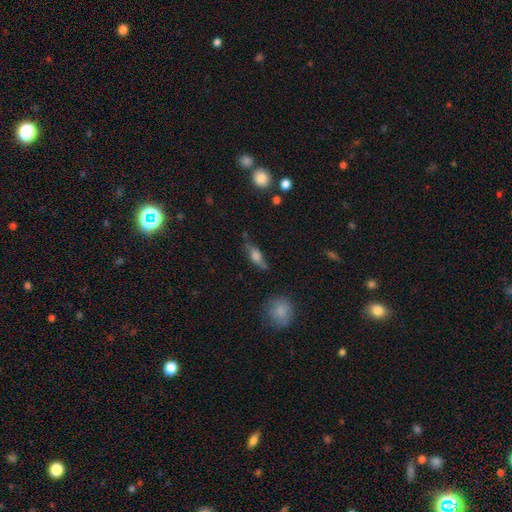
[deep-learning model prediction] This is possibly a smooth galaxy (55%). How rounded: possibly in between (60%). Merging: likely none (62%).